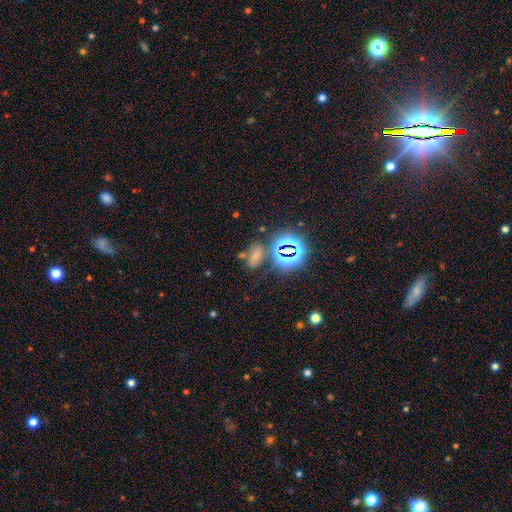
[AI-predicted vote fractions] This is marginally a star or artifact rather than a galaxy (43%).